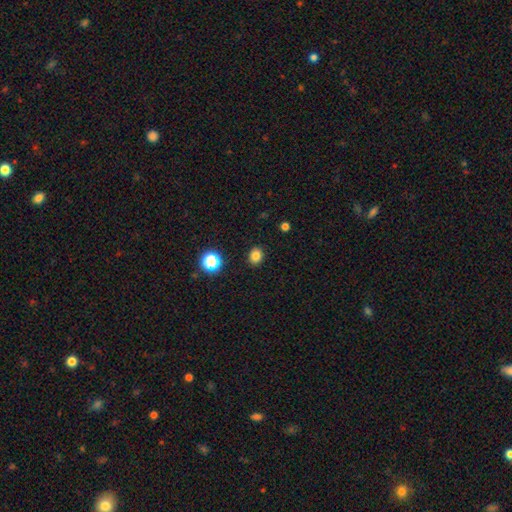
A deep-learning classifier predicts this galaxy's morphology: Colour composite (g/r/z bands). It shows a smooth galaxy with no disk features (81%) that is round (65%). Merging: none (90%).